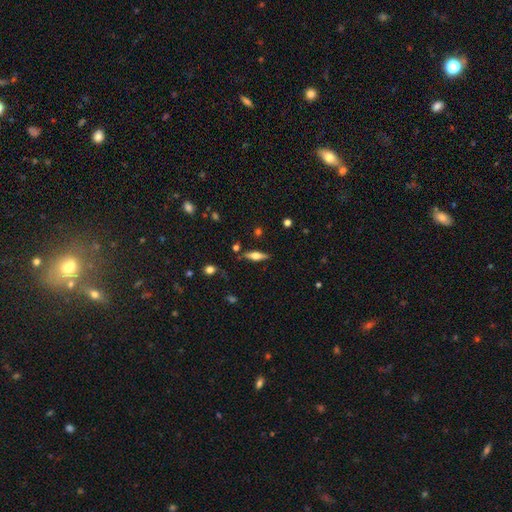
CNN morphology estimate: featured or disk 49%, smooth 44%, star or artifact 7%. Down the decision tree: merging — none (82%).